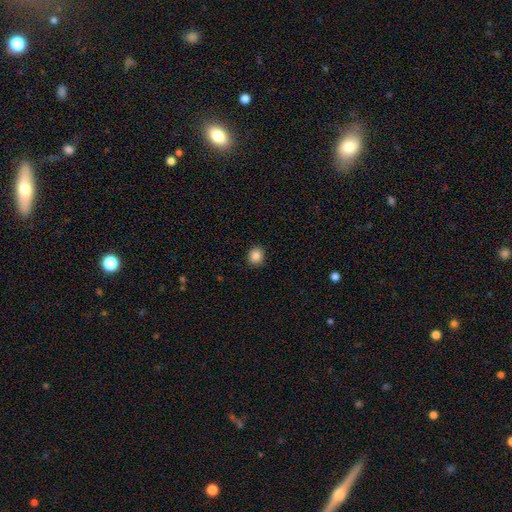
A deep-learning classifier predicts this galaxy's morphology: A smooth galaxy with no disk features (86%) that is round (80%).

Vote fractions:
- Smooth or featured? smooth: 86% / star or artifact: 10% / featured or disk: 4%
- How rounded? round: 80% / in between: 20% / cigar-shaped: 1%
- Merging? none: 90% / minor disturbance: 7% / major disturbance: 2% / merger: 1%